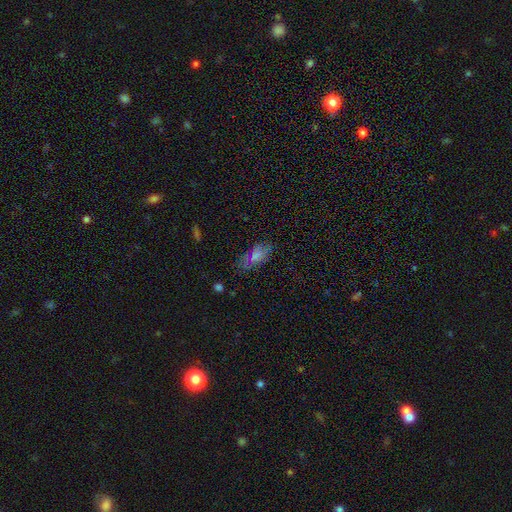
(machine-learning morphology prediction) smooth 62%, star or artifact 21%, featured or disk 16%. Down the decision tree: how rounded — in between (89%); merging — none (74%).